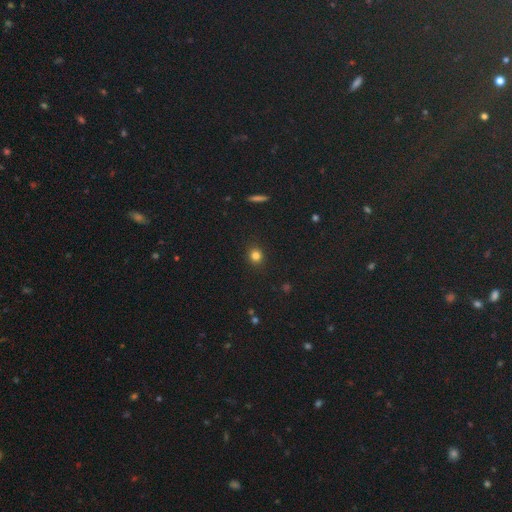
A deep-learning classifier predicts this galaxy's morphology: smooth_or_featured: smooth (p=0.81) [alt: star or artifact p=0.14]
how_rounded: round (p=0.87) [alt: in between p=0.12]
merging: none (p=0.91) [alt: minor disturbance p=0.06]